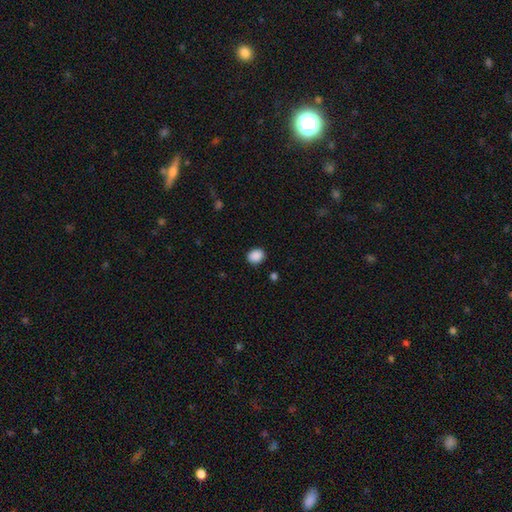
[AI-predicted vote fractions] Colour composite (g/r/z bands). It shows a smooth galaxy with no disk features (89%) that is round (62%). Merging: none (89%).